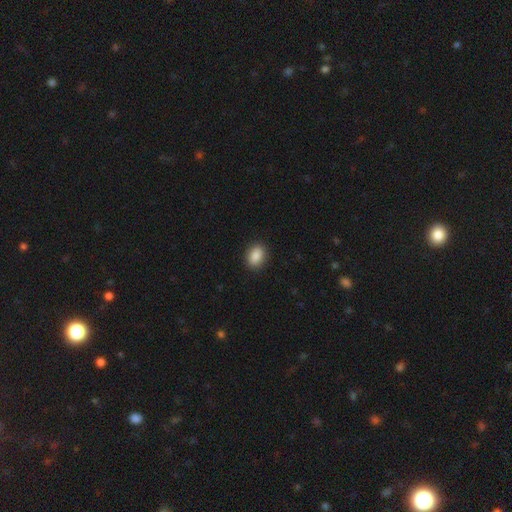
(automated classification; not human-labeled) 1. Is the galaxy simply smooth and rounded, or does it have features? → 88% smooth, 8% star or artifact, 4% featured or disk.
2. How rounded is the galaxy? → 71% in between, 28% round, 1% cigar-shaped.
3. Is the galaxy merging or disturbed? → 90% none, 7% minor disturbance, 2% major disturbance, 1% merger.